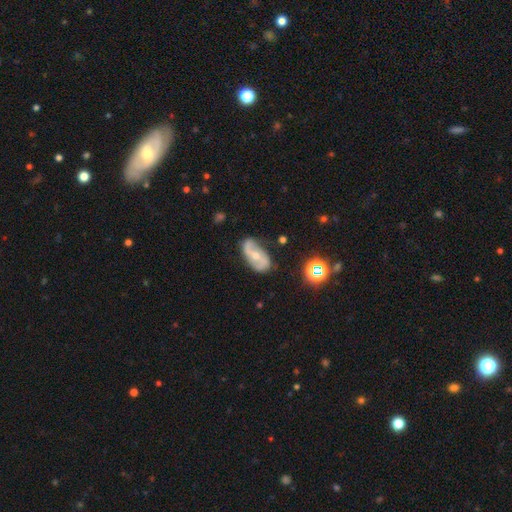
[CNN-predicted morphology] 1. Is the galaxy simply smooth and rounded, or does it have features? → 74% featured or disk, 18% smooth, 8% star or artifact.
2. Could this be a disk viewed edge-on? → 94% no, 6% yes.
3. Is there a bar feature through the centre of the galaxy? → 48% no, 35% weak, 17% strong.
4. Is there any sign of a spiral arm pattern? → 88% yes, 12% no.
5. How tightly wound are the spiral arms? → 45% loose, 37% medium, 17% tight.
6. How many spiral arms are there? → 85% 2, 8% can't tell, 3% 1, 1% 3, 1% 4, 1% more than 4.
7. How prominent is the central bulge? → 50% moderate, 45% small, 2% large, 2% none, 1% dominant.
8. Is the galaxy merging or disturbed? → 69% none, 21% minor disturbance, 7% major disturbance, 2% merger.